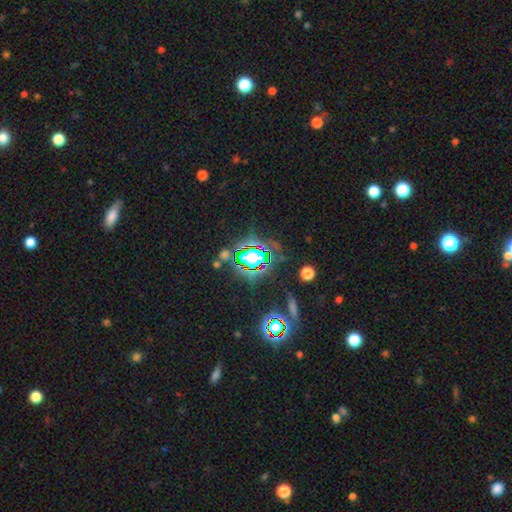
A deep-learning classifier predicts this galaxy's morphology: This appears to be a star or artifact, not a galaxy (67%).